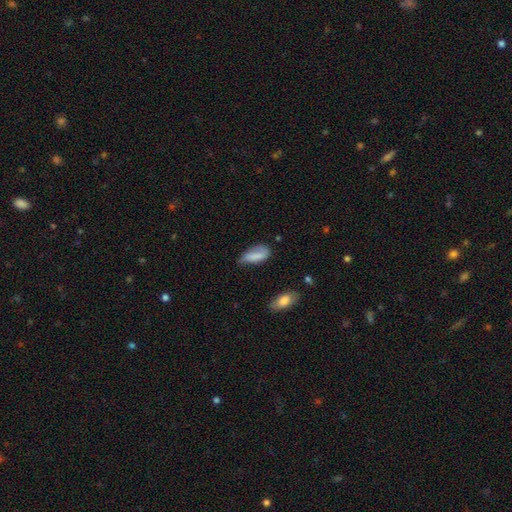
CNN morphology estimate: smooth-or-featured: smooth: 75% | featured or disk: 17% | star or artifact: 8%
  how-rounded: in between: 85% | cigar-shaped: 13% | round: 3%
  merging: minor disturbance: 42% | none: 41% | major disturbance: 14% | merger: 3%